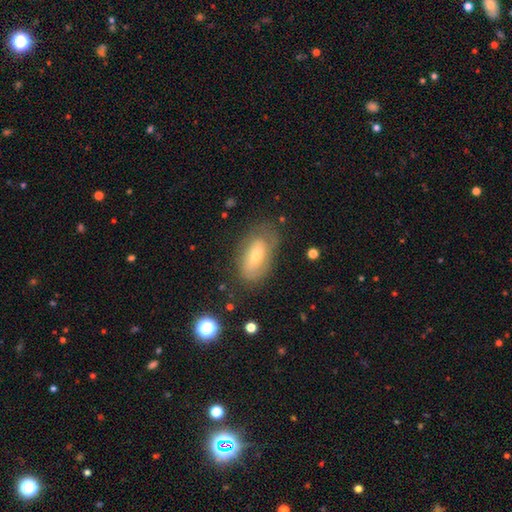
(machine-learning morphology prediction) The model was most divided on "smooth or featured": smooth: 47%, featured or disk: 44%, star or artifact: 9%. More confident: merging — none (70%).